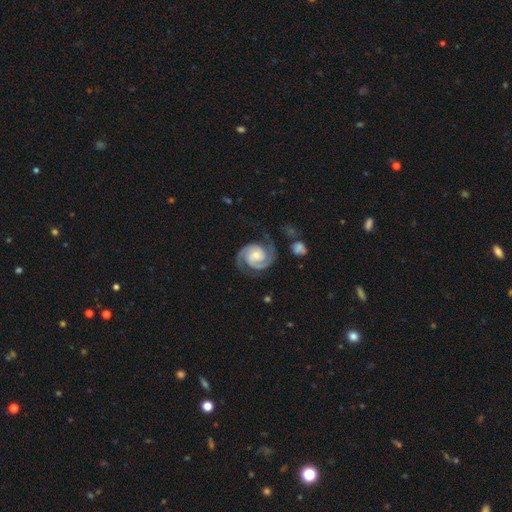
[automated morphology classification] A featured or disk galaxy (90%) with no bar (61%), 2 (90%) tight (53%) spiral arms (98%) and a small central bulge (49%).

Vote fractions:
- Smooth or featured? featured or disk: 90% / smooth: 5% / star or artifact: 4%
- Edge-on disk? no: 98% / yes: 2%
- Bar? no: 61% / weak: 30% / strong: 9%
- Spiral arms? yes: 98% / no: 2%
- Spiral winding? tight: 53% / medium: 40% / loose: 7%
- Spiral arm count? 2: 90% / 3: 4% / can't tell: 3% / 1: 2% / 4: 1% / more than 4: 1%
- Bulge size? small: 49% / moderate: 39% / none: 6% / large: 5% / dominant: 1%
- Merging? none: 72% / minor disturbance: 16% / major disturbance: 9% / merger: 3%